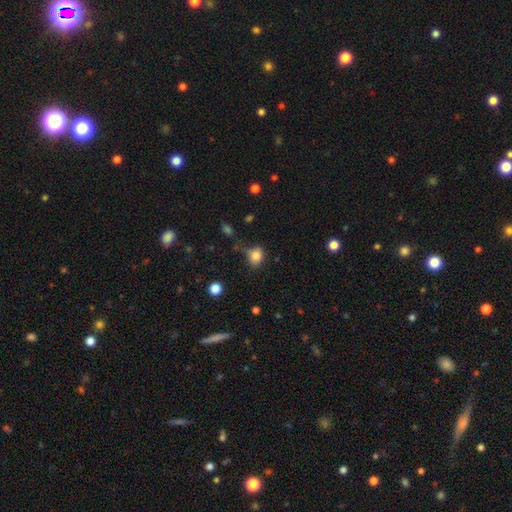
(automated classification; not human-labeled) Morphology: type=smooth (83%); roundness=round (53%); merging=none (58%).